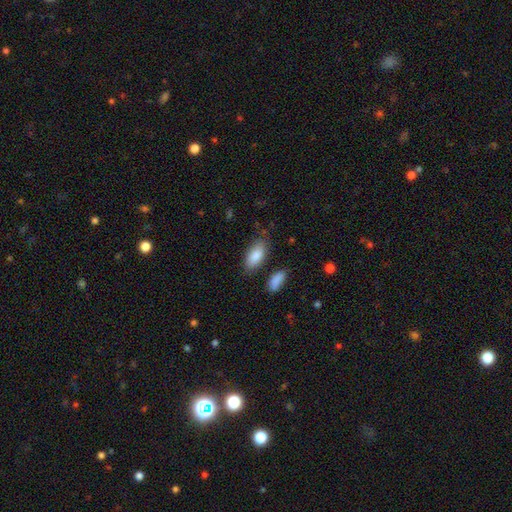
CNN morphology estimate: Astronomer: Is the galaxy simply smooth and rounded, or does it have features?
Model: smooth — 86%.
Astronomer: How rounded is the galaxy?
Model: in between — 89%.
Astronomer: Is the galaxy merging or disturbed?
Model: none — 79%.